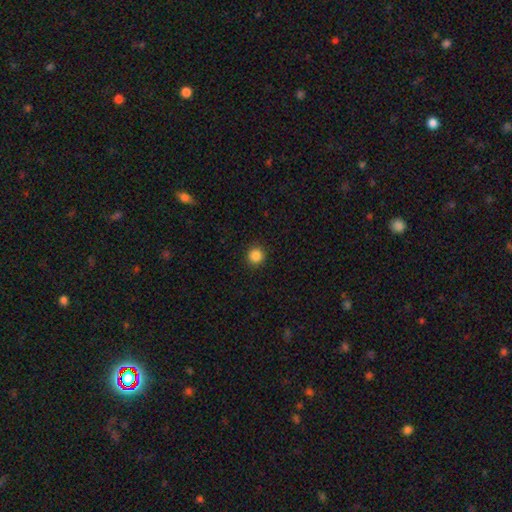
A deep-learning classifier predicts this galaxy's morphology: type=smooth (86%); roundness=round (94%); merging=none (92%).